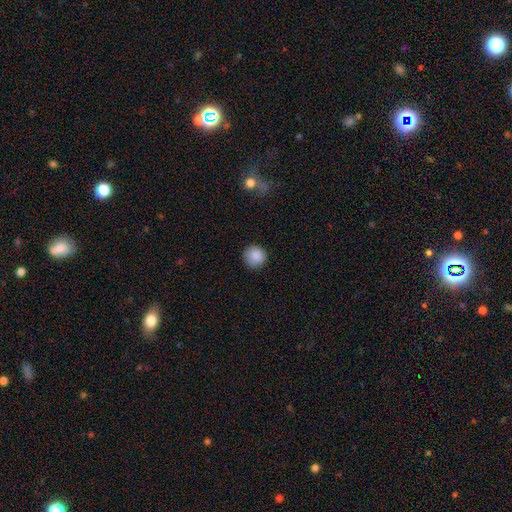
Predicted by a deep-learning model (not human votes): Smooth or featured: smooth — 88% (star or artifact — 8%)
How rounded: round — 94% (in between — 5%)
Merging: none — 89% (minor disturbance — 8%)